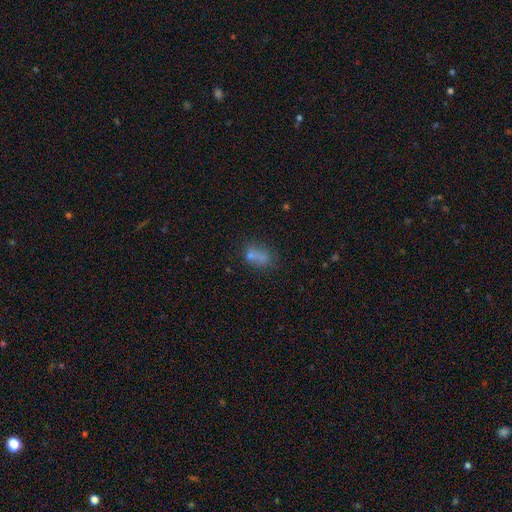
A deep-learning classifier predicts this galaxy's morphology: Q: Smooth or featured?
A: smooth (65%); runner-up: featured or disk (18%)
Q: How rounded?
A: in between (65%); runner-up: round (32%)
Q: Merging?
A: none (39%); runner-up: merger (30%)